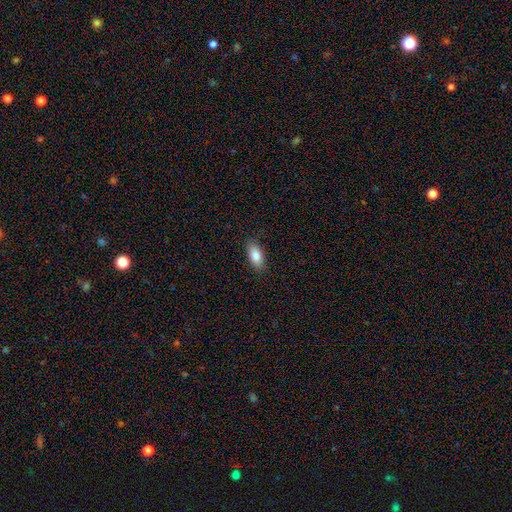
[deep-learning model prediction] A smooth galaxy with no disk features (84%) that is in between round and cigar-shaped (87%).

Vote fractions:
- Smooth or featured? smooth: 84% / featured or disk: 9% / star or artifact: 7%
- How rounded? in between: 87% / cigar-shaped: 10% / round: 3%
- Merging? none: 86% / minor disturbance: 11% / major disturbance: 2% / merger: 1%